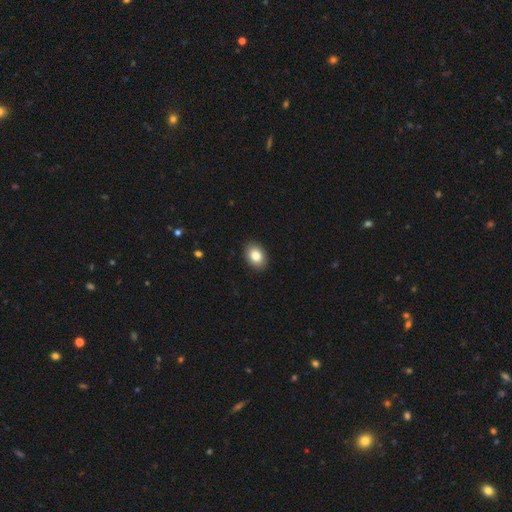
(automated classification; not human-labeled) smooth_or_featured: smooth (p=0.83) [alt: star or artifact p=0.09]
how_rounded: in between (p=0.73) [alt: round p=0.26]
merging: none (p=0.91) [alt: minor disturbance p=0.07]